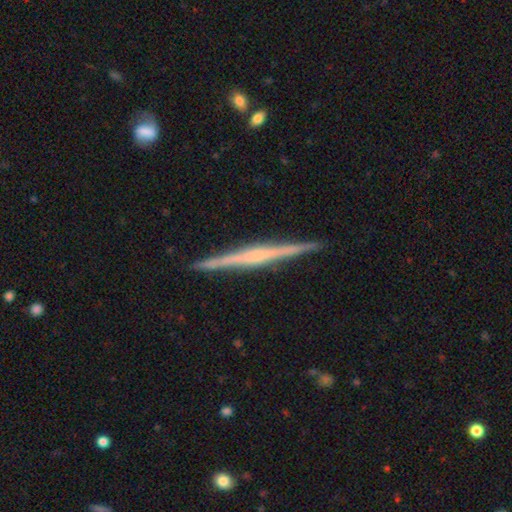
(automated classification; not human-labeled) Smooth or featured?
  - featured or disk: 80% *
  - smooth: 15%
  - star or artifact: 5%
Edge-on disk?
  - yes: 99% *
  - no: 1%
Edge-on bulge?
  - rounded: 45% *
  - none: 32%
  - boxy: 22%
Merging?
  - none: 92% *
  - minor disturbance: 6%
  - major disturbance: 1%
  - merger: 1%